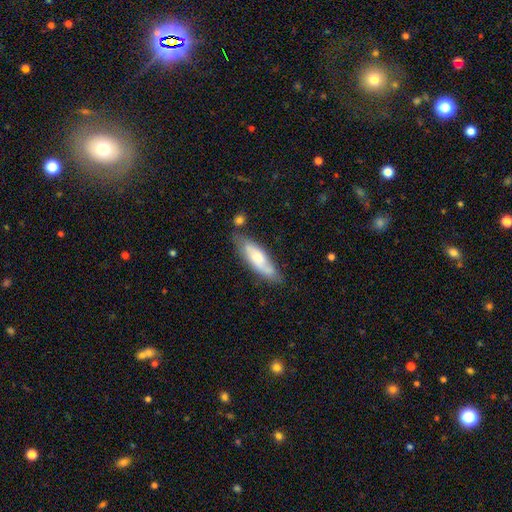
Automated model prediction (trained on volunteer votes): smooth_or_featured: smooth (p=0.52) [alt: featured or disk p=0.41]
how_rounded: cigar-shaped (p=0.59) [alt: in between p=0.40]
merging: none (p=0.68) [alt: minor disturbance p=0.22]